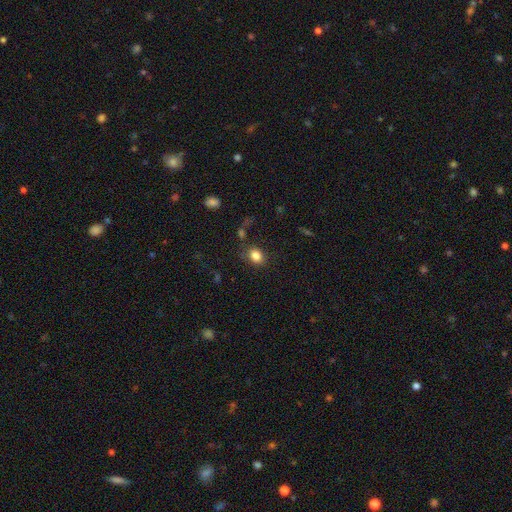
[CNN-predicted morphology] Smooth or featured: smooth — 83% (star or artifact — 11%)
How rounded: in between — 51% (round — 48%)
Merging: none — 80% (minor disturbance — 13%)